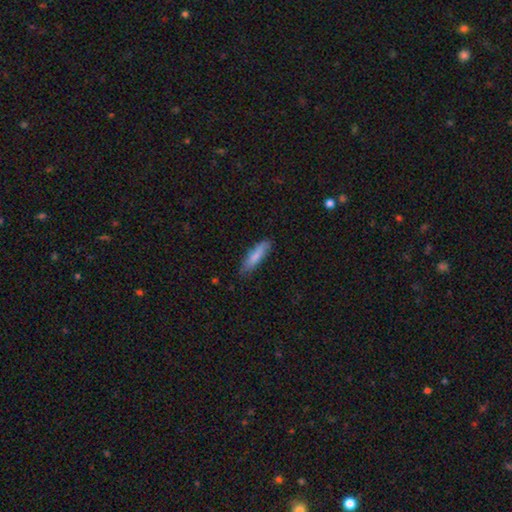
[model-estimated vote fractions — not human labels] Q: Smooth or featured?
A: smooth (79%); runner-up: featured or disk (15%)
Q: How rounded?
A: cigar-shaped (71%); runner-up: in between (27%)
Q: Merging?
A: none (77%); runner-up: minor disturbance (18%)